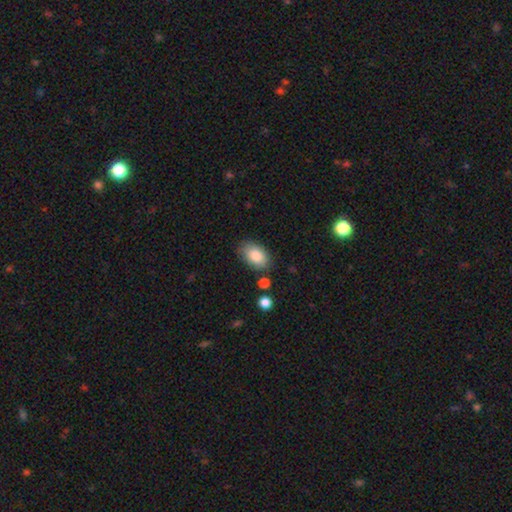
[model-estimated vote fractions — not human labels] Smooth or featured?
  - smooth: 86% *
  - featured or disk: 7%
  - star or artifact: 7%
How rounded?
  - in between: 91% *
  - round: 8%
  - cigar-shaped: 1%
Merging?
  - none: 79% *
  - minor disturbance: 14%
  - major disturbance: 3%
  - merger: 3%